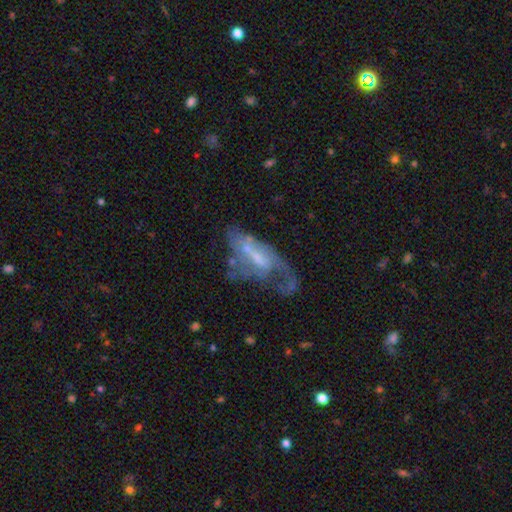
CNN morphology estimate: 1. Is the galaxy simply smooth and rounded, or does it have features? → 71% featured or disk, 20% smooth, 9% star or artifact.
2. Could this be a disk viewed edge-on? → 90% no, 10% yes.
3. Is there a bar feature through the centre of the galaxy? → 44% weak, 30% no, 27% strong.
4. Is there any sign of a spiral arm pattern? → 67% yes, 33% no.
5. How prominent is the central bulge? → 39% small, 31% moderate, 23% none, 5% large, 1% dominant.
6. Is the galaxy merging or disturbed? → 44% major disturbance, 28% none, 18% minor disturbance, 9% merger.